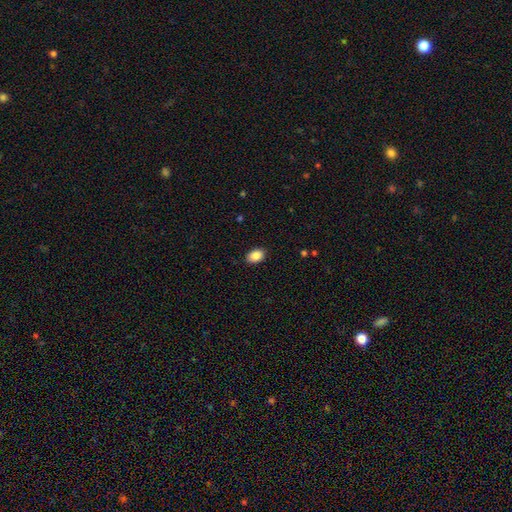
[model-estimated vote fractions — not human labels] Overall: smooth (88%). How rounded: in between (83%). Merging: none (89%).